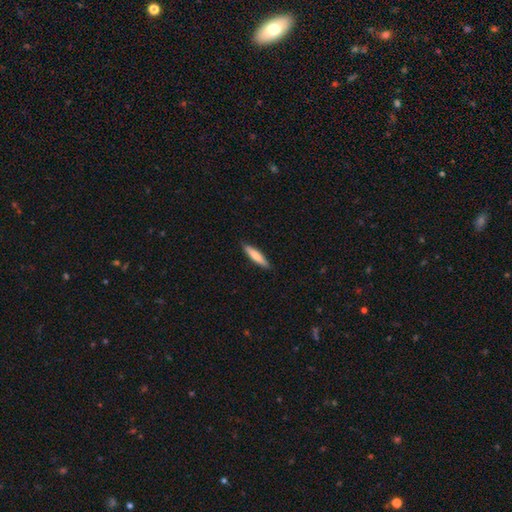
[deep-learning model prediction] A smooth galaxy with no disk features (76%) that is cigar-shaped (85%). Merging: none (89%).